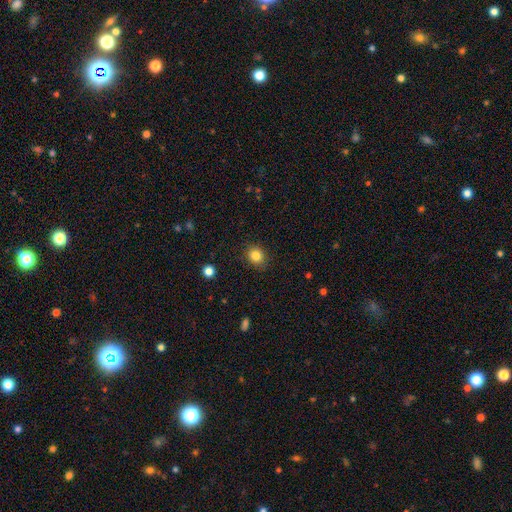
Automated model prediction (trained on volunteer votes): smooth_or_featured: smooth (p=0.84) [alt: star or artifact p=0.11]
how_rounded: round (p=0.76) [alt: in between p=0.23]
merging: none (p=0.88) [alt: minor disturbance p=0.09]